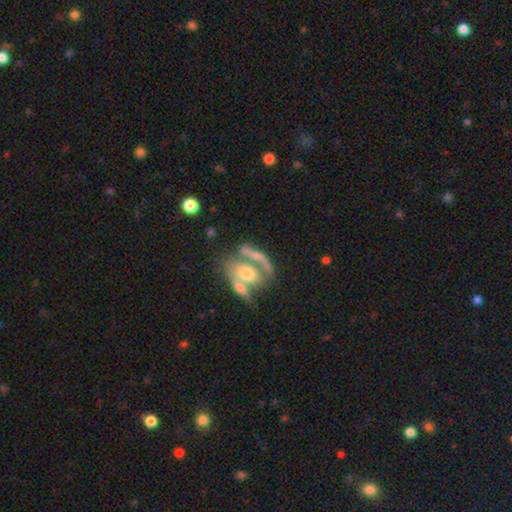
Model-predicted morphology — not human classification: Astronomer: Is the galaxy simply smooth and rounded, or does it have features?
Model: featured or disk — 53% (runner-up: smooth, 38%).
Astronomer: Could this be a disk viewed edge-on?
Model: no — 81%.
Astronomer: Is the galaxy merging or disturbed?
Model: merger — 56%.